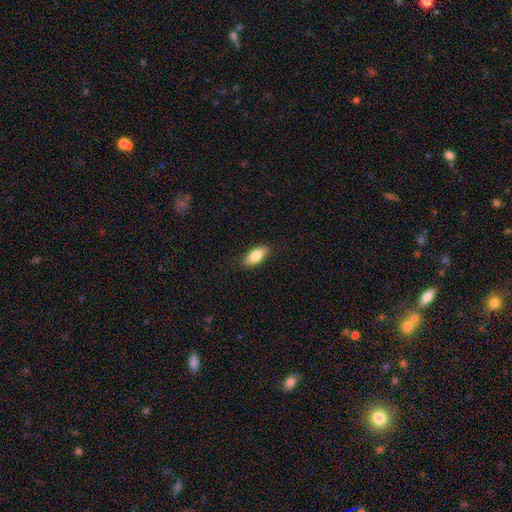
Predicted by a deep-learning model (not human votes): This is clearly a smooth galaxy (82%). How rounded: clearly in between (86%). Merging: clearly none (86%).